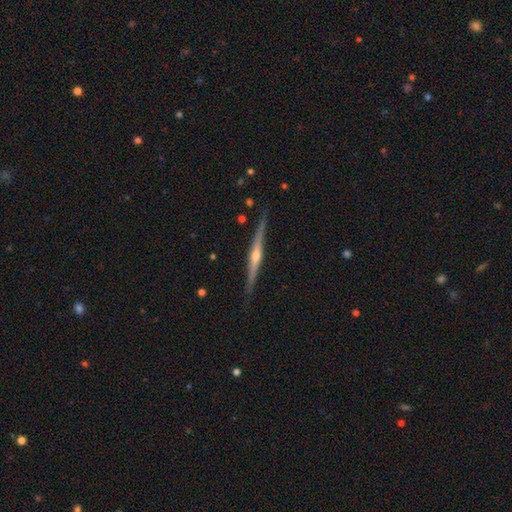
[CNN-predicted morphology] Smooth or featured?
  - featured or disk: 82% *
  - smooth: 13%
  - star or artifact: 5%
Edge-on disk?
  - yes: 98% *
  - no: 2%
Edge-on bulge?
  - rounded: 87% *
  - none: 8%
  - boxy: 5%
Merging?
  - none: 88% *
  - minor disturbance: 9%
  - major disturbance: 2%
  - merger: 1%